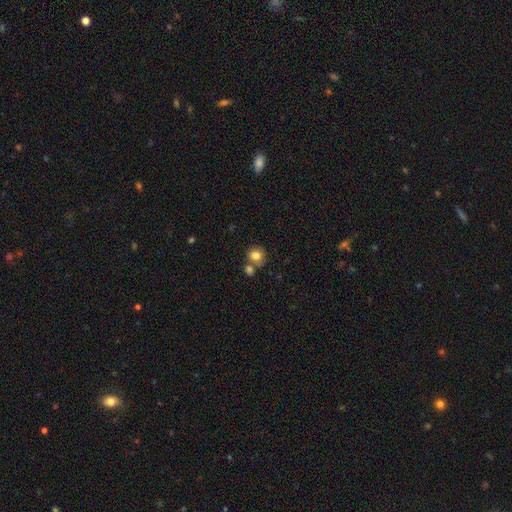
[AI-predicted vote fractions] Smooth or featured? smooth (80%)
How rounded? round (82%)
Merging? none (60%)